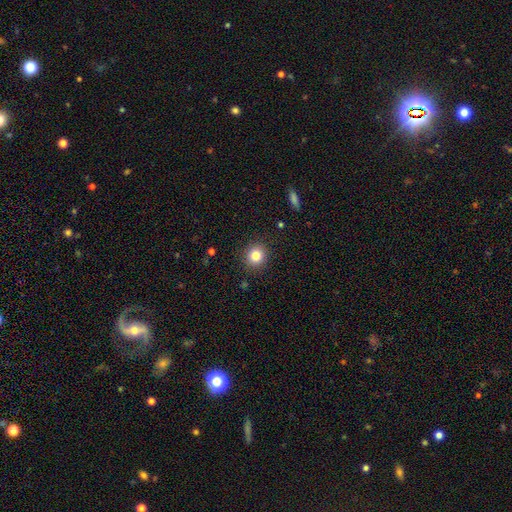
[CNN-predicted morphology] This is clearly a smooth galaxy (82%). How rounded: clearly round (88%). Merging: clearly none (90%).